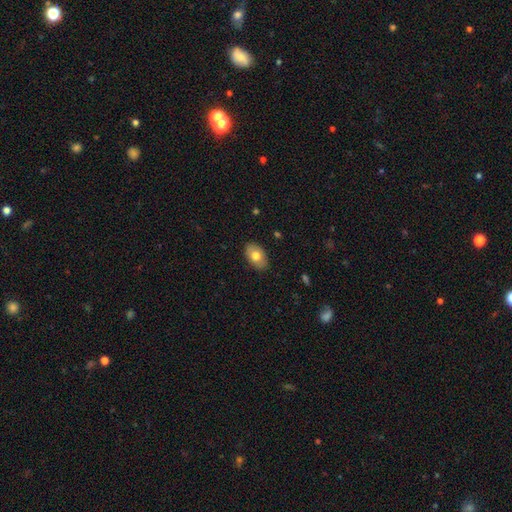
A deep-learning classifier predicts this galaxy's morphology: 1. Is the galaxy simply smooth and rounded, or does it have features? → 76% smooth, 18% featured or disk, 7% star or artifact.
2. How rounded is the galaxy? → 90% in between, 9% round, 1% cigar-shaped.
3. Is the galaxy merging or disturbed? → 87% none, 10% minor disturbance, 2% major disturbance, 1% merger.